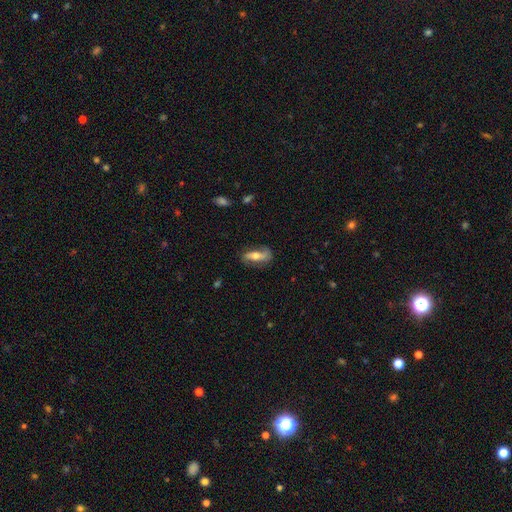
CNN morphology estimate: A featured or disk galaxy (52%).

Vote fractions:
- Smooth or featured? featured or disk: 52% / smooth: 41% / star or artifact: 7%
- Edge-on disk? no: 63% / yes: 37%
- Merging? none: 69% / minor disturbance: 21% / major disturbance: 8% / merger: 2%